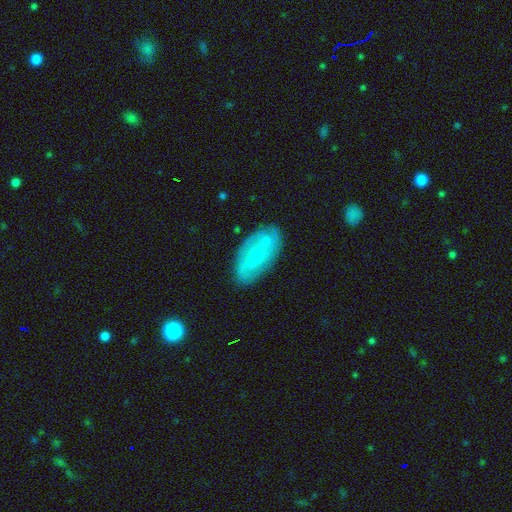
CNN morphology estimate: type=featured or disk (53%); edge-on=no (92%); merging=none (58%).